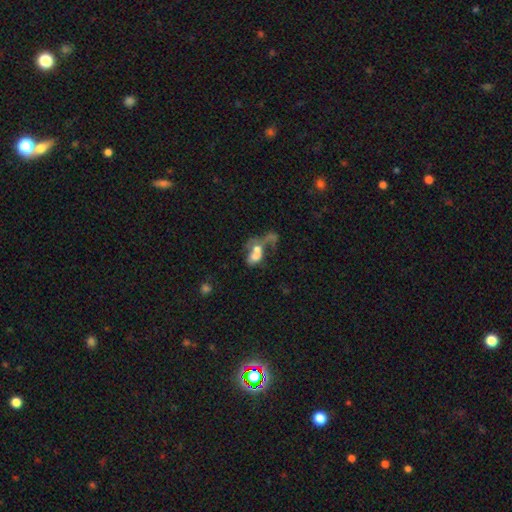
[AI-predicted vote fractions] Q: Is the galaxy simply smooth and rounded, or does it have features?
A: smooth — 50%.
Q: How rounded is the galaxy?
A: in between — 75%.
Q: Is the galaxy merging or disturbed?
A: merger — 66%.